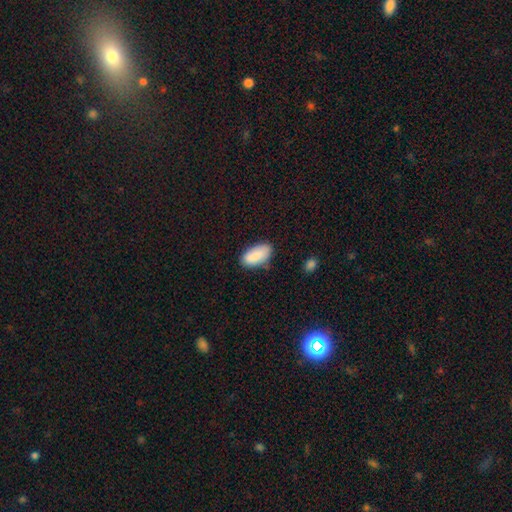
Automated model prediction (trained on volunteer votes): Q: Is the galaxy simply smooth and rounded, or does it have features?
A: smooth — 88%.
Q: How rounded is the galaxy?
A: in between — 93%.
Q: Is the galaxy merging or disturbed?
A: none — 74%.